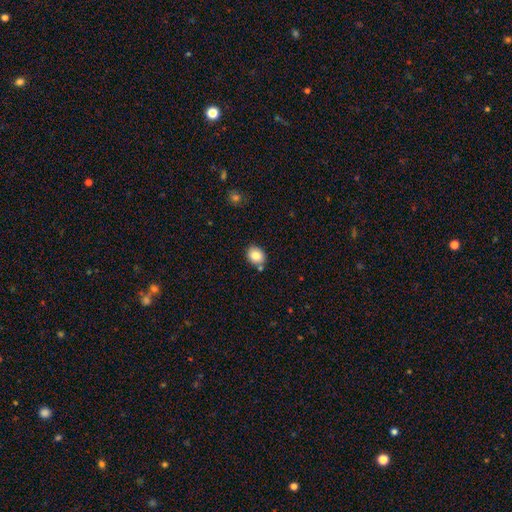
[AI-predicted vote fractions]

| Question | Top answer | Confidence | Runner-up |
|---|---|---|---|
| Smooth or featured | smooth | 84% | star or artifact (9%) |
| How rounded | round | 52% | in between (47%) |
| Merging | none | 77% | minor disturbance (11%) |